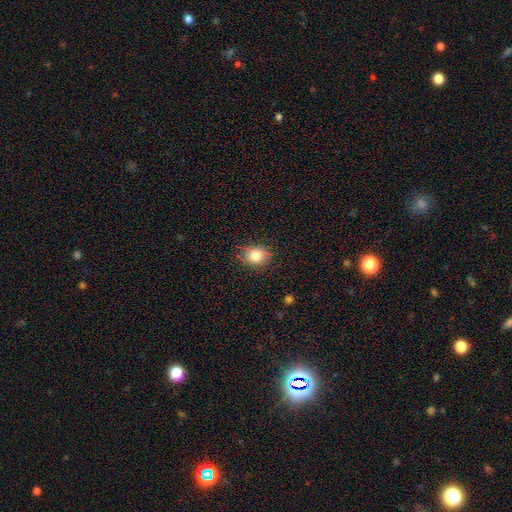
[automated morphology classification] Overall: smooth (82%). How rounded: round (50%; in between 49%). Merging: none (82%).